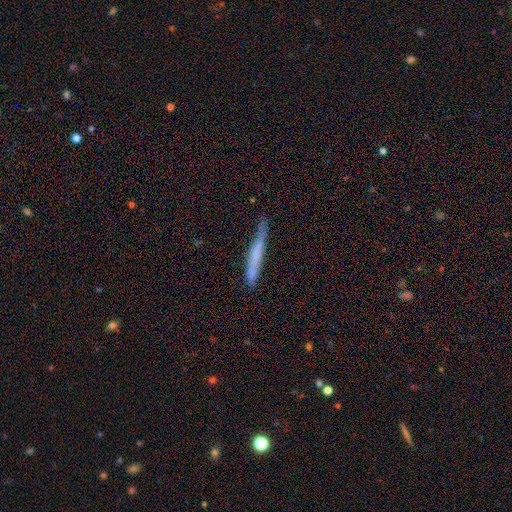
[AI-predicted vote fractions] smooth_or_featured: smooth (p=0.57) [alt: featured or disk p=0.36]
how_rounded: cigar-shaped (p=0.95) [alt: in between p=0.03]
merging: none (p=0.64) [alt: minor disturbance p=0.27]